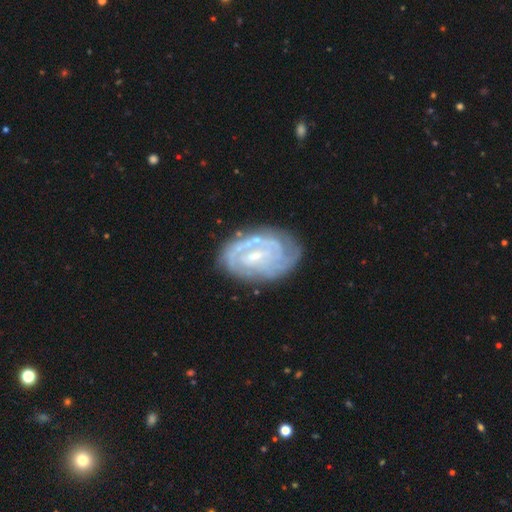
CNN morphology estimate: Smooth or featured: featured or disk — 81% (smooth — 12%)
Edge-on disk: no — 97% (yes — 3%)
Bar: weak — 49% (no — 28%)
Spiral arms: yes — 91% (no — 9%)
Spiral winding: tight — 70% (medium — 24%)
Spiral arm count: can't tell — 37% (2 — 31%)
Bulge size: small — 57% (moderate — 29%)
Merging: none — 70% (minor disturbance — 19%)